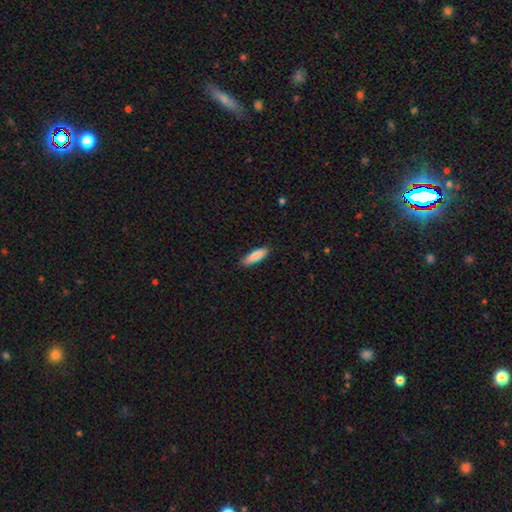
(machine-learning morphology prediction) smooth_or_featured: smooth (p=0.88) [alt: featured or disk p=0.07]
how_rounded: cigar-shaped (p=0.58) [alt: in between p=0.41]
merging: none (p=0.87) [alt: minor disturbance p=0.10]